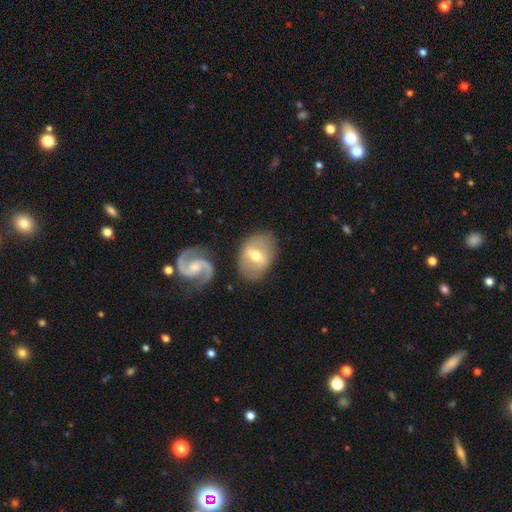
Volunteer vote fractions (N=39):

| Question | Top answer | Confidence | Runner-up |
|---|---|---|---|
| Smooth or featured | featured or disk | 62% | smooth (33%) |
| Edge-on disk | no | 92% | yes (8%) |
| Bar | no | 36% | strong (32%) |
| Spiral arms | yes | 68% | no (32%) |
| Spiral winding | medium | 53% | tight (33%) |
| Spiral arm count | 2 | 73% | 1 (13%) |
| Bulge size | moderate | 73% | small (23%) |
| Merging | none | 76% | minor disturbance (16%) |